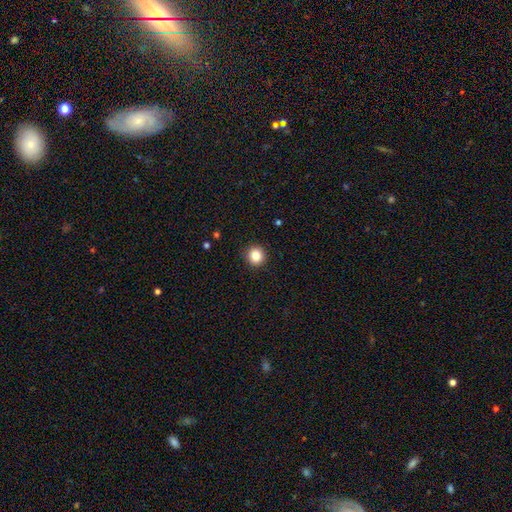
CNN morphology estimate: Smooth or featured: smooth — 86% (star or artifact — 10%)
How rounded: round — 92% (in between — 7%)
Merging: none — 92% (minor disturbance — 6%)